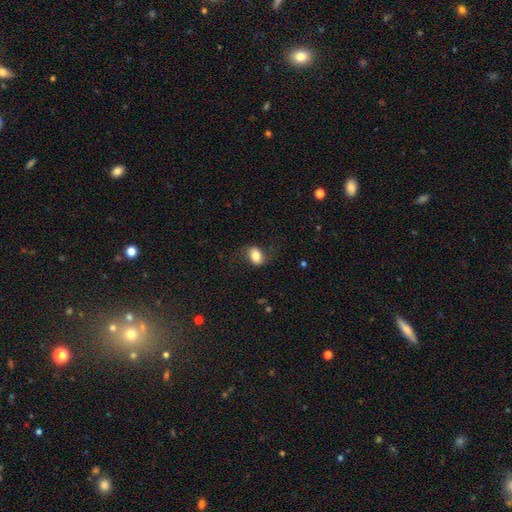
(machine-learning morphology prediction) Overall: smooth (73%). How rounded: in between (76%). Merging: none (68%).